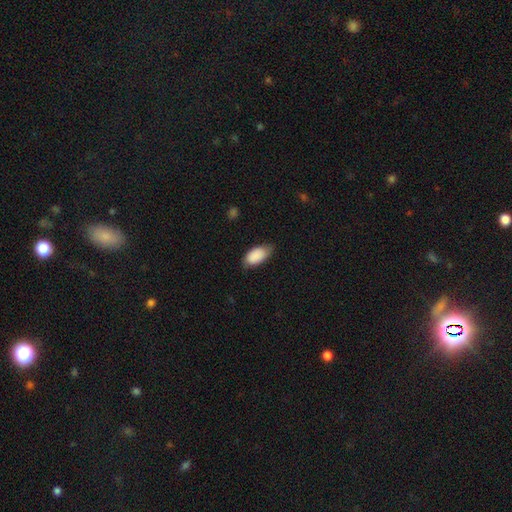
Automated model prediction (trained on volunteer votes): smooth 88%, star or artifact 6%, featured or disk 6%. Down the decision tree: how rounded — in between (94%); merging — none (65%).